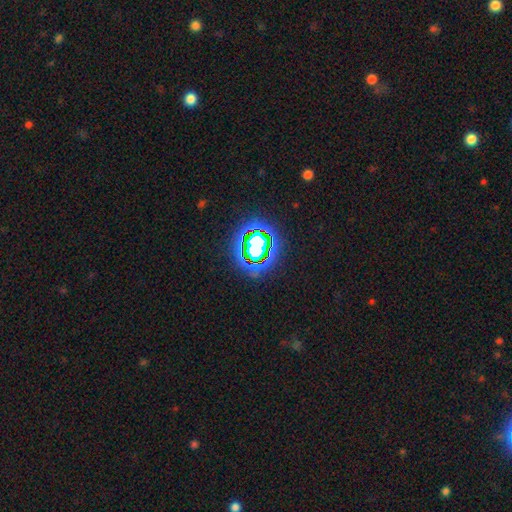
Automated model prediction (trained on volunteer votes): This appears to be a star or artifact, not a galaxy (78%).